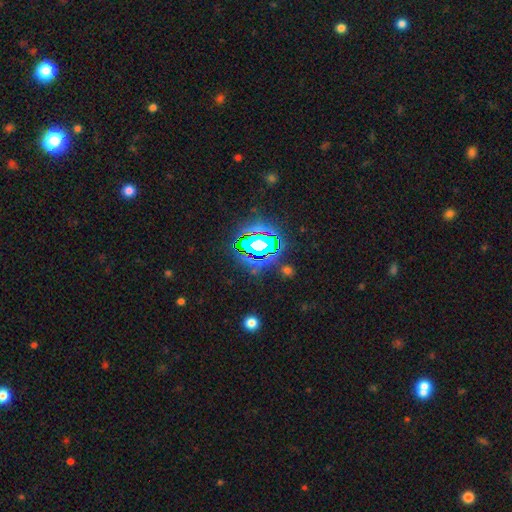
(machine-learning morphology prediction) Smooth or featured?
  - star or artifact: 83% *
  - smooth: 10%
  - featured or disk: 7%